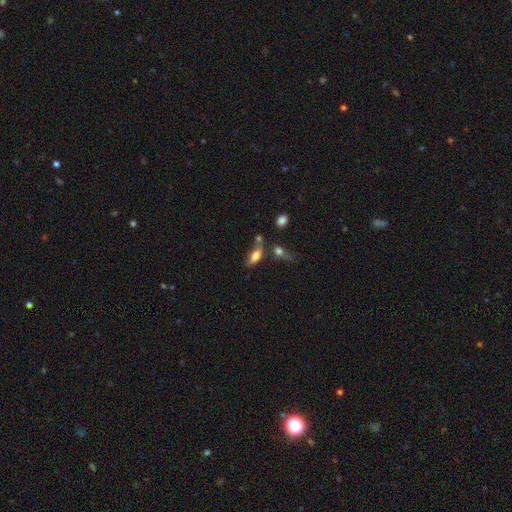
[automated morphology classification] Q: Smooth or featured?
A: smooth (74%); runner-up: featured or disk (17%)
Q: How rounded?
A: in between (81%); runner-up: cigar-shaped (14%)
Q: Merging?
A: none (41%); runner-up: merger (26%)